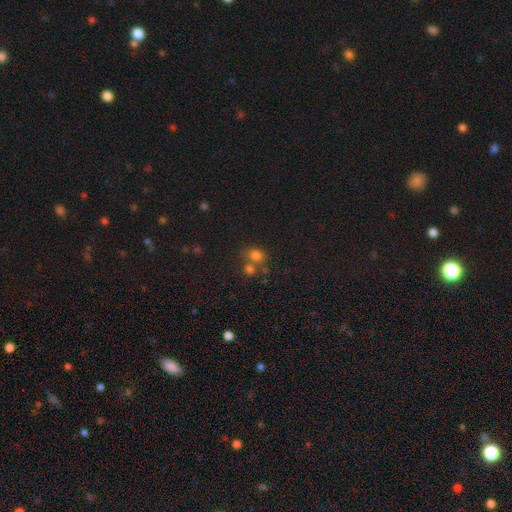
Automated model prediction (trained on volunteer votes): Smooth or featured?
  - smooth: 75% *
  - star or artifact: 17%
  - featured or disk: 9%
How rounded?
  - round: 62% *
  - in between: 37%
  - cigar-shaped: 1%
Merging?
  - none: 46% *
  - merger: 39%
  - minor disturbance: 10%
  - major disturbance: 5%